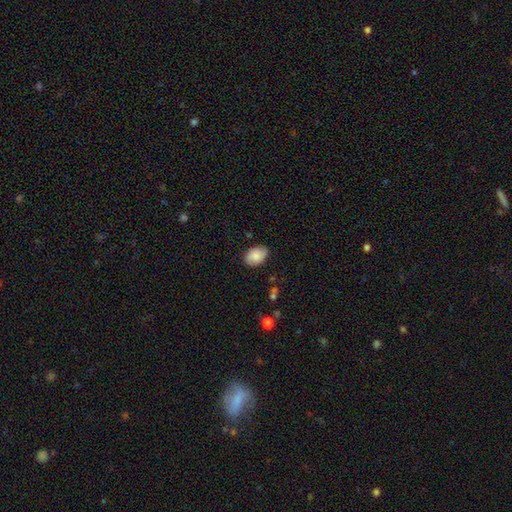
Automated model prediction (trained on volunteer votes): Smooth or featured? smooth (82%)
How rounded? in between (84%)
Merging? none (77%)